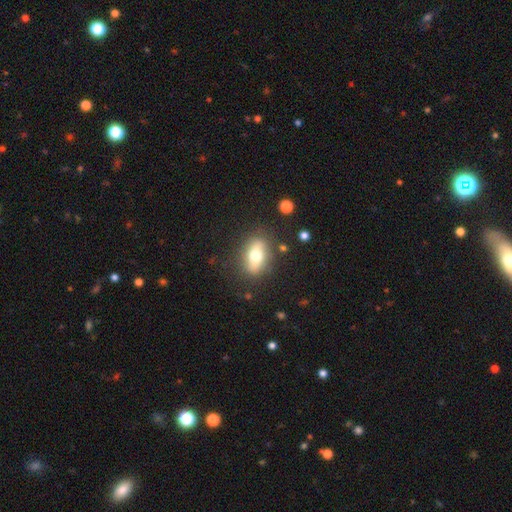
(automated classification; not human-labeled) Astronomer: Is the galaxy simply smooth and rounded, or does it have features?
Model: smooth — 60%.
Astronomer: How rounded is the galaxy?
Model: in between — 79%.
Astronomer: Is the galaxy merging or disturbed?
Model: none — 81%.